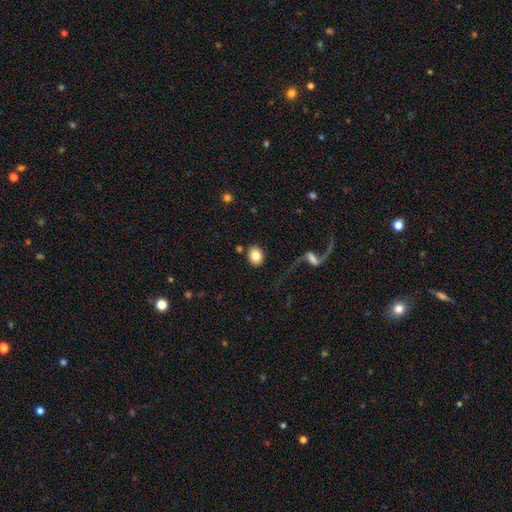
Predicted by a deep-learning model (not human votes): smooth-or-featured: smooth: 81% | featured or disk: 11% | star or artifact: 8%
  how-rounded: round: 55% | in between: 44% | cigar-shaped: 1%
  merging: none: 82% | minor disturbance: 9% | merger: 6% | major disturbance: 4%